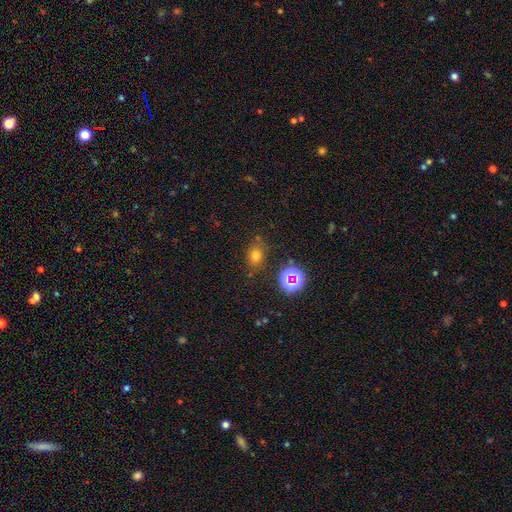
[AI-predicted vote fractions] Smooth or featured?
  - smooth: 70% *
  - star or artifact: 21%
  - featured or disk: 9%
How rounded?
  - round: 49% * (tied)
  - in between: 49% * (tied)
  - cigar-shaped: 1%
Merging?
  - none: 76% *
  - minor disturbance: 15%
  - major disturbance: 5%
  - merger: 4%